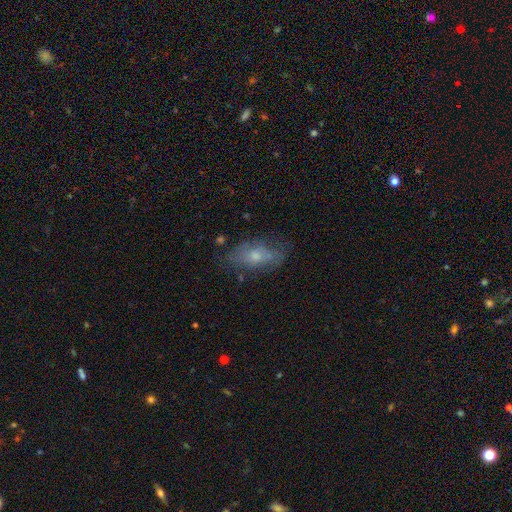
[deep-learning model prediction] This is possibly a smooth galaxy (47%). Merging: likely none (64%).